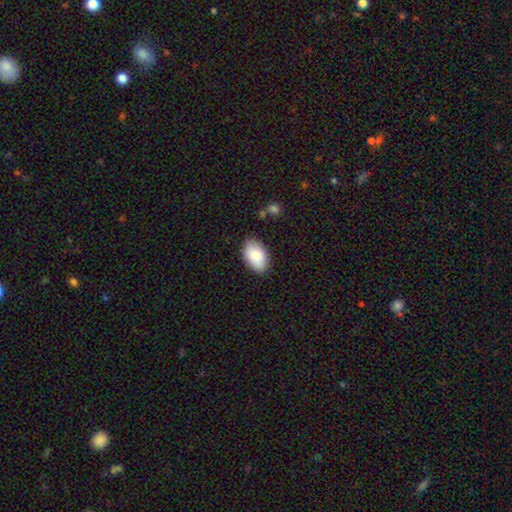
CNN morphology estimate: Q: Smooth or featured?
A: smooth (86%); runner-up: featured or disk (8%)
Q: How rounded?
A: in between (94%); runner-up: round (5%)
Q: Merging?
A: none (86%); runner-up: minor disturbance (11%)